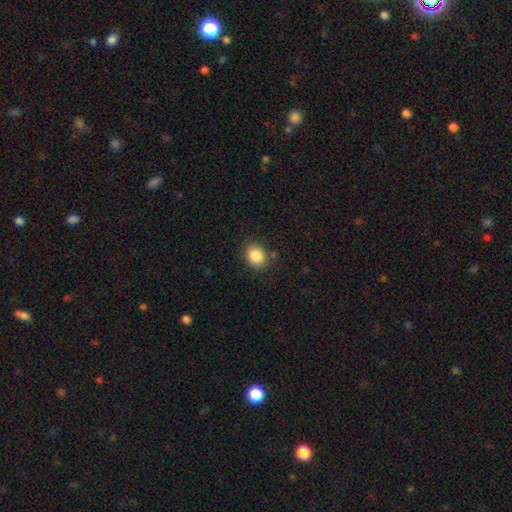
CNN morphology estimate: This is clearly a smooth galaxy (86%). How rounded: likely round (66%). Merging: clearly none (83%).